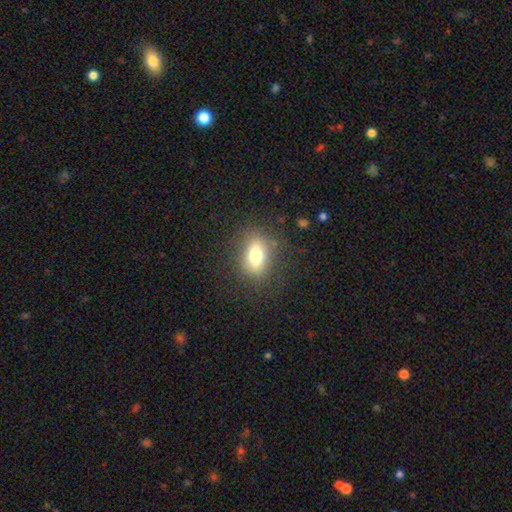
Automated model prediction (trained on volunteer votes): Smooth or featured: smooth — 70% (featured or disk — 19%)
How rounded: in between — 73% (round — 22%)
Merging: none — 81% (minor disturbance — 12%)